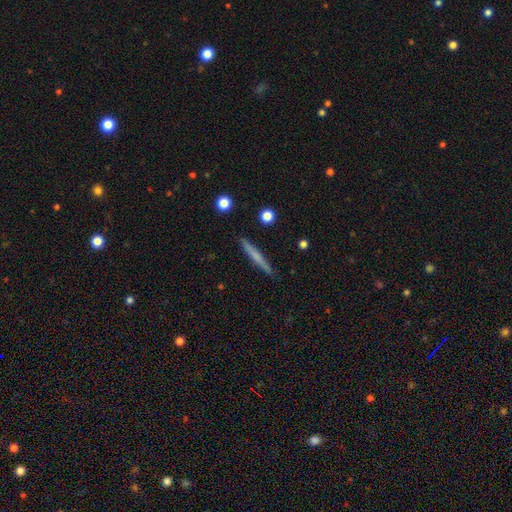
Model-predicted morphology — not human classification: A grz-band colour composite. It shows a smooth galaxy with no disk features (56%) that is cigar-shaped (96%). Merging: none (90%).